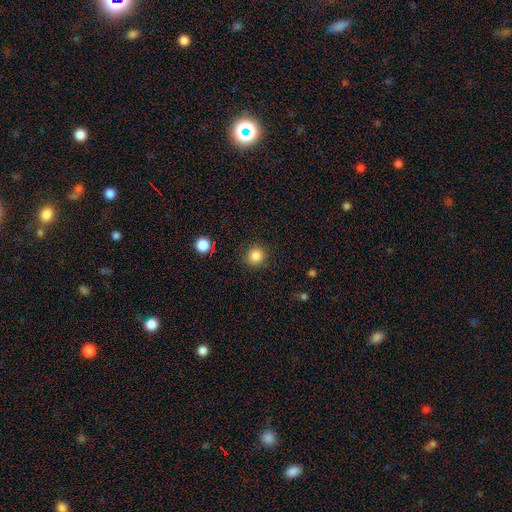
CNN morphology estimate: A smooth galaxy with no disk features (85%) that is round (92%). Merging: none (89%).